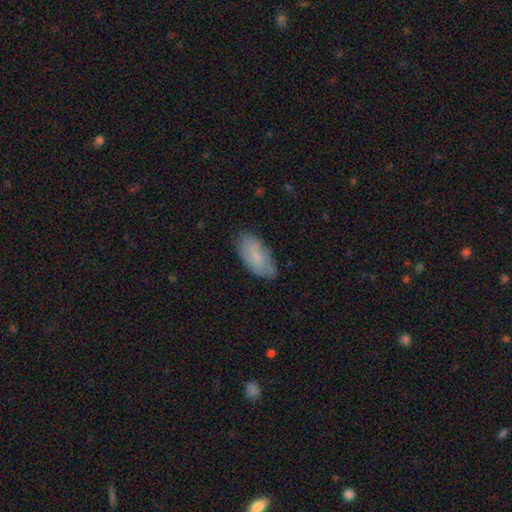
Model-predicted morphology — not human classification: Smooth or featured? smooth (69%)
How rounded? in between (90%)
Merging? none (75%)